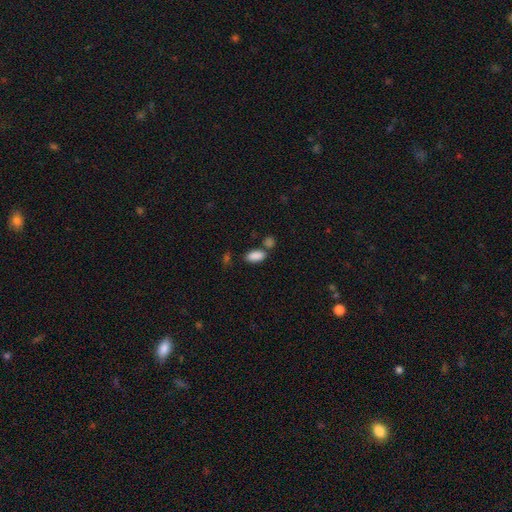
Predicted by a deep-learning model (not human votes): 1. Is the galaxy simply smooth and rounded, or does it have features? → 88% smooth, 8% star or artifact, 4% featured or disk.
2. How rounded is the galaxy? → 92% in between, 4% cigar-shaped, 3% round.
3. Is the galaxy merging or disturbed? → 65% none, 19% merger, 13% minor disturbance, 4% major disturbance.